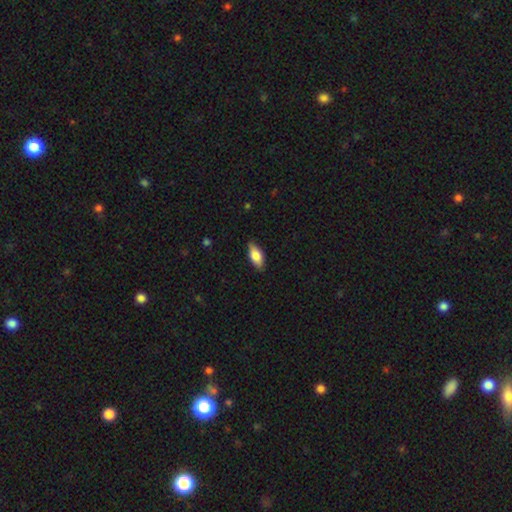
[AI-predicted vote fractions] smooth_or_featured: smooth (p=0.75) [alt: featured or disk p=0.19]
how_rounded: in between (p=0.83) [alt: cigar-shaped p=0.14]
merging: none (p=0.84) [alt: minor disturbance p=0.12]